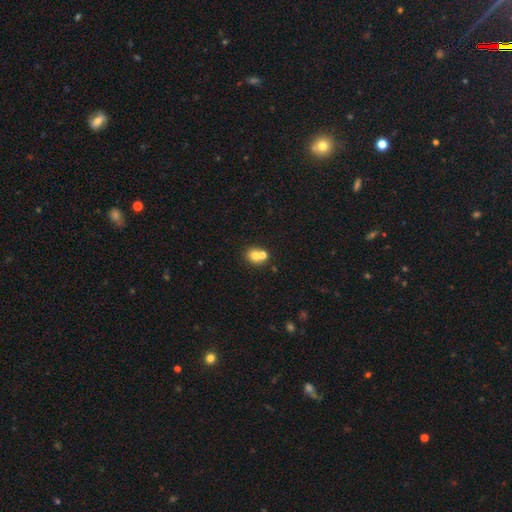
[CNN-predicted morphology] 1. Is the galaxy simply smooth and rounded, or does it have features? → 71% smooth, 16% featured or disk, 13% star or artifact.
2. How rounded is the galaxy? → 73% round, 26% in between, 1% cigar-shaped.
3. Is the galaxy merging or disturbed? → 46% merger, 44% none, 7% minor disturbance, 3% major disturbance.